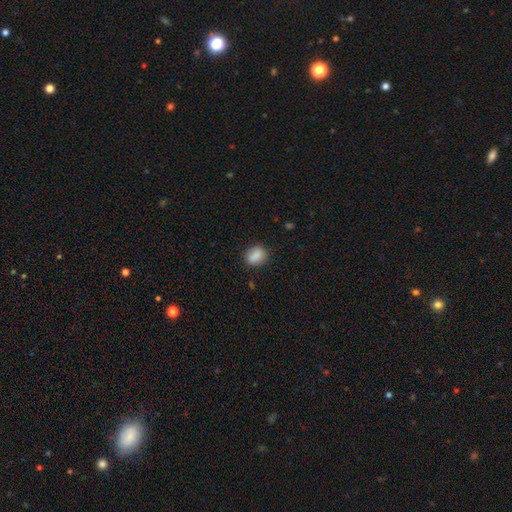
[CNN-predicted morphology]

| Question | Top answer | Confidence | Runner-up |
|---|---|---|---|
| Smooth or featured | smooth | 84% | star or artifact (8%) |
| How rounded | round | 54% | in between (45%) |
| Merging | none | 81% | minor disturbance (13%) |